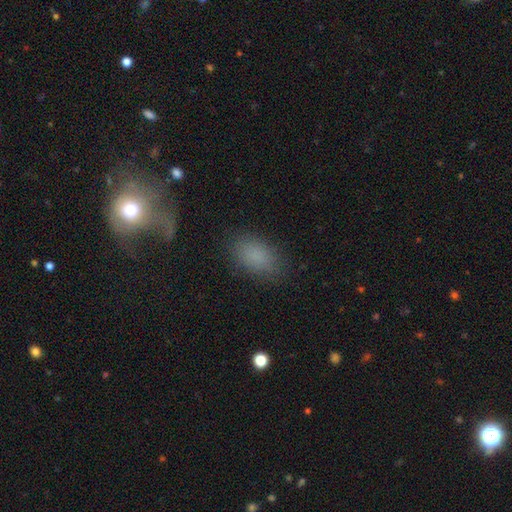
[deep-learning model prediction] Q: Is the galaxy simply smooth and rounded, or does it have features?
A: smooth — 81%.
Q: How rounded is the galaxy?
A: in between — 89%.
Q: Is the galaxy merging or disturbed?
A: none — 80%.